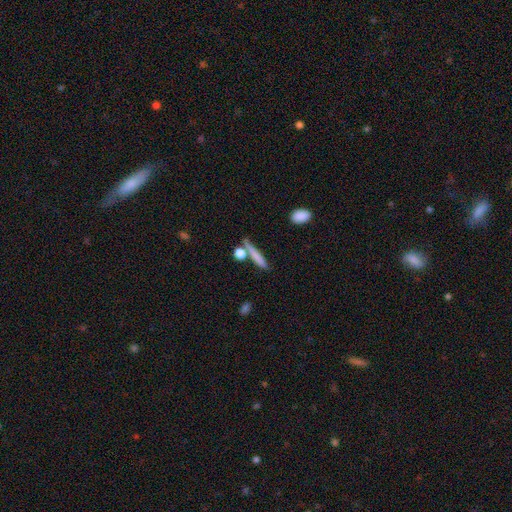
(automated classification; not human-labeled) smooth_or_featured: smooth (p=0.74) [alt: featured or disk p=0.19]
how_rounded: cigar-shaped (p=0.81) [alt: in between p=0.12]
merging: none (p=0.66) [alt: merger p=0.17]